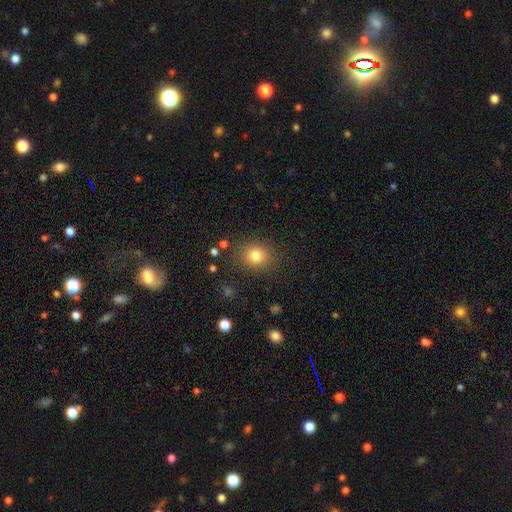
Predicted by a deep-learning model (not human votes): Morphology: type=smooth (80%); roundness=round (75%); merging=none (85%).